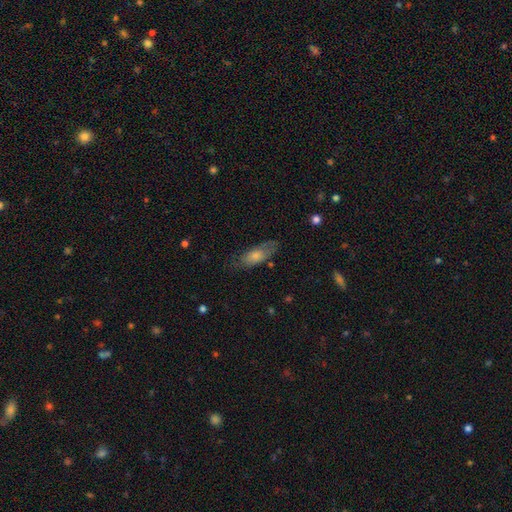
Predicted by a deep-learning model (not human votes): Morphology: type=smooth (71%); roundness=in between (78%); merging=none (62%).